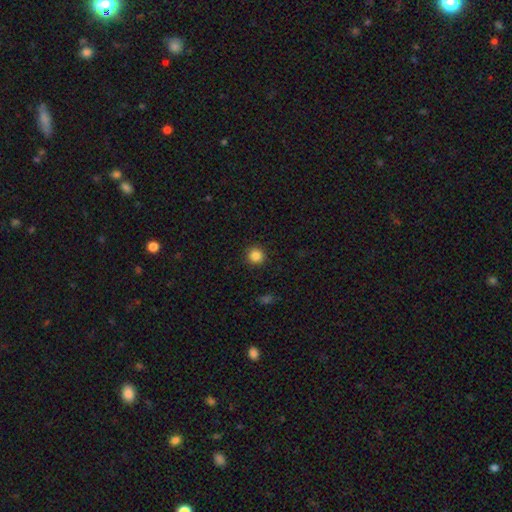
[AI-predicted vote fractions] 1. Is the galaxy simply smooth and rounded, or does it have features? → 86% smooth, 11% star or artifact, 3% featured or disk.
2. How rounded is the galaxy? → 93% round, 6% in between, 1% cigar-shaped.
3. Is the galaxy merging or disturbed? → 92% none, 5% minor disturbance, 2% major disturbance, 1% merger.